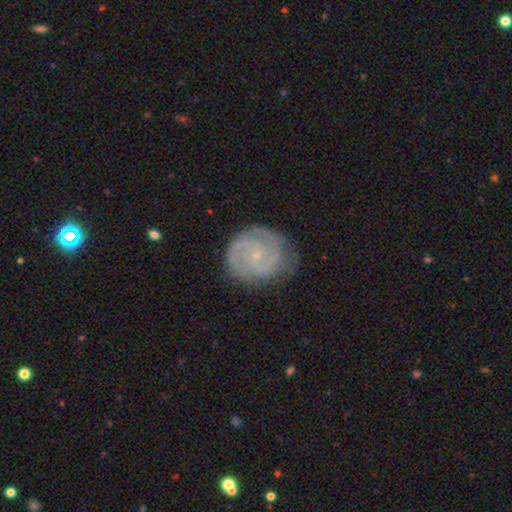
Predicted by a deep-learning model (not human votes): Overall: featured or disk (79%). Edge-on disk: no (98%). Bar: no (72%). Spiral arms: yes (94%). Spiral arm count: 2 (48%; can't tell 21%). Spiral winding: tight (66%; medium 28%). Bulge size: small (85%). Merging: none (76%).